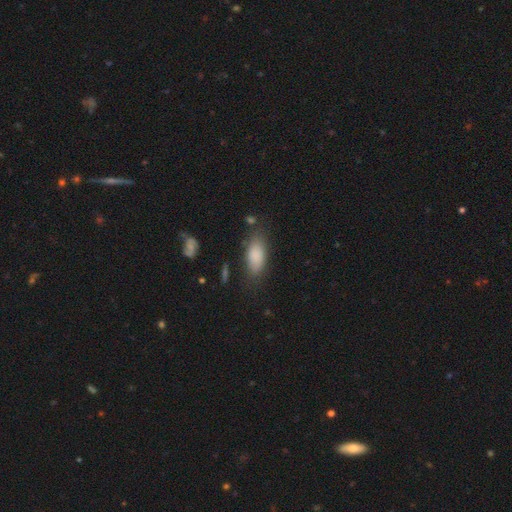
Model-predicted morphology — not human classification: A smooth galaxy with no disk features (85%) that is in between round and cigar-shaped (84%). Merging: none (72%).